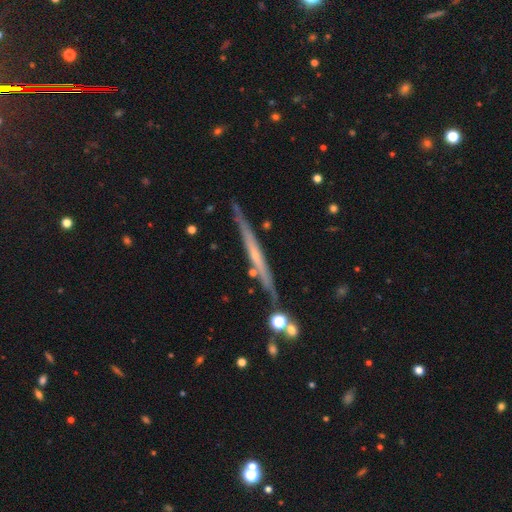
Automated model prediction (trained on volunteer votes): featured or disk 71%, smooth 22%, star or artifact 7%. Down the decision tree: edge-on disk — yes (96%); edge-on bulge — none (63%); merging — none (82%).